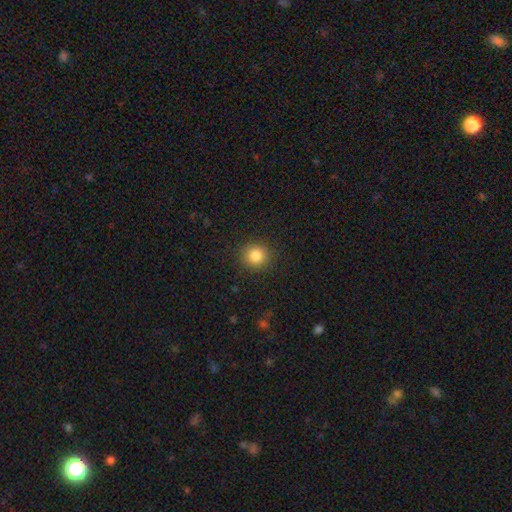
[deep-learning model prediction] smooth_or_featured: smooth (p=0.84) [alt: star or artifact p=0.11]
how_rounded: round (p=0.91) [alt: in between p=0.08]
merging: none (p=0.90) [alt: minor disturbance p=0.07]